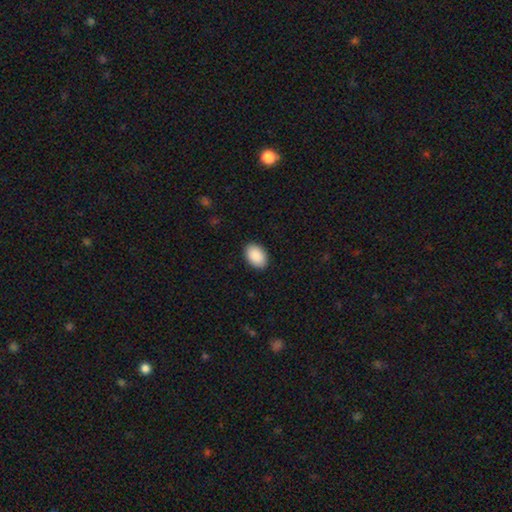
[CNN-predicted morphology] Smooth or featured? smooth (91%)
How rounded? in between (90%)
Merging? none (90%)